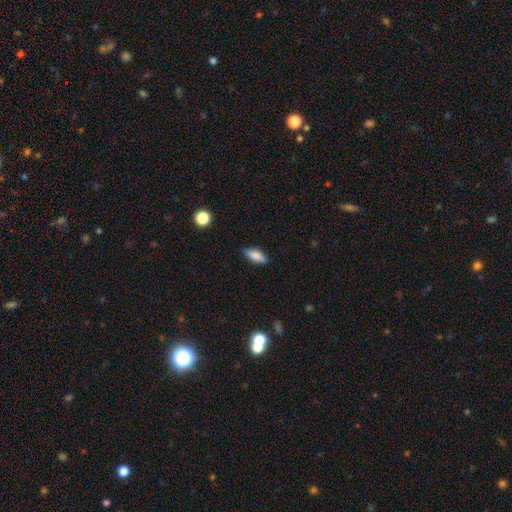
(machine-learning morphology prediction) type=smooth (79%); roundness=in between (75%); merging=none (83%).